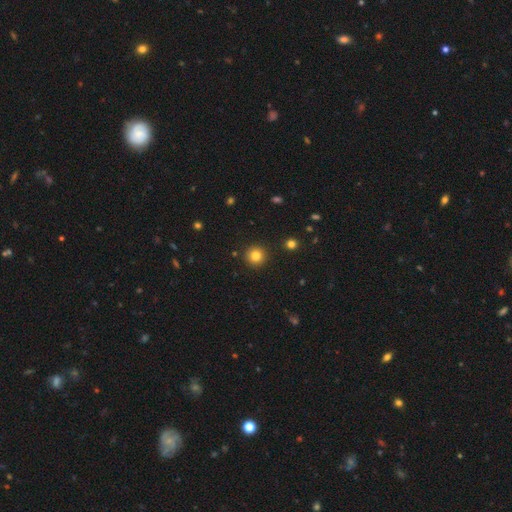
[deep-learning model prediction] A smooth galaxy with no disk features (82%) that is round (95%).

Vote fractions:
- Smooth or featured? smooth: 82% / star or artifact: 12% / featured or disk: 6%
- How rounded? round: 95% / in between: 4% / cigar-shaped: 1%
- Merging? none: 92% / minor disturbance: 5% / major disturbance: 2% / merger: 2%